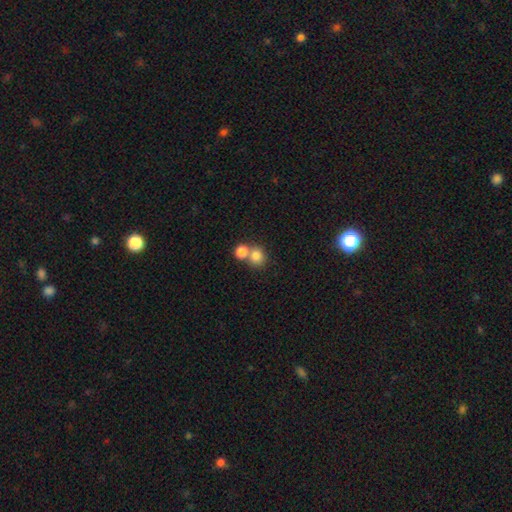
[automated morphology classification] A smooth galaxy with no disk features (80%) that is round (80%). Merging: merger (47%).